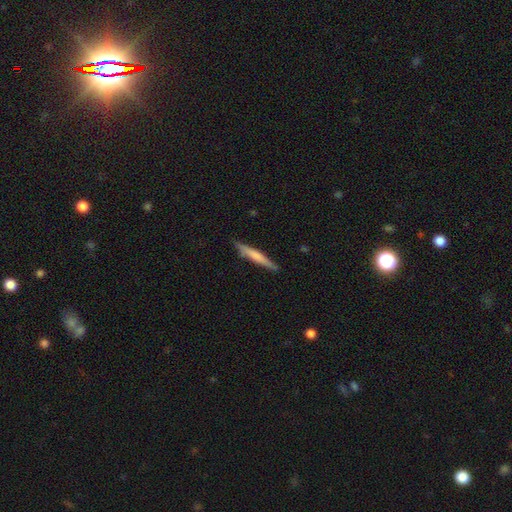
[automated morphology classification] Smooth or featured? smooth (54%)
How rounded? cigar-shaped (95%)
Merging? none (86%)